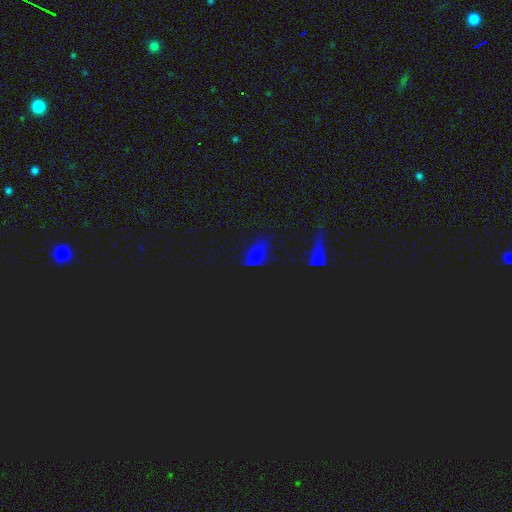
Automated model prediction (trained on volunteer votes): This is possibly a smooth galaxy (52%). How rounded: likely in between (71%). Merging: possibly none (57%).